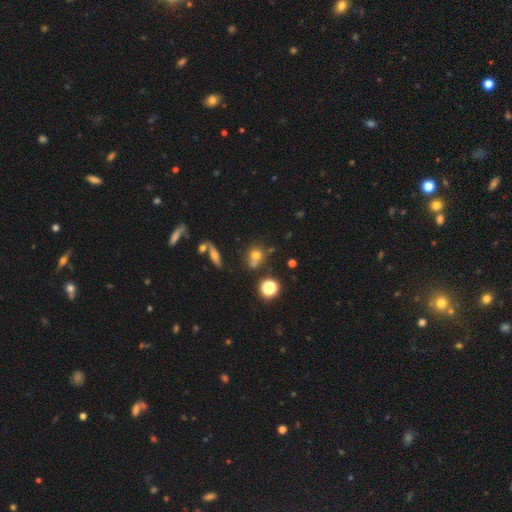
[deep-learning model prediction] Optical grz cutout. It shows a smooth galaxy with no disk features (69%) that is round (77%). Merging: none (54%).